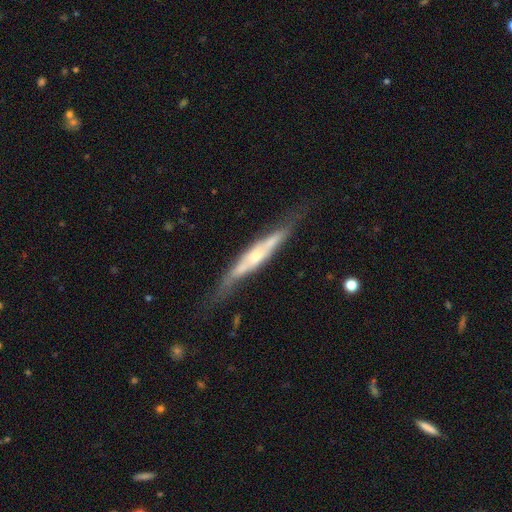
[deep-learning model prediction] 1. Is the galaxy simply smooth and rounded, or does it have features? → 70% featured or disk, 24% smooth, 6% star or artifact.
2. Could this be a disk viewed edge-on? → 84% yes, 16% no.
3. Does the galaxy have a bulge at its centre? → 64% rounded, 21% none, 15% boxy.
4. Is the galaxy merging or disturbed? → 66% none, 22% minor disturbance, 9% major disturbance, 3% merger.